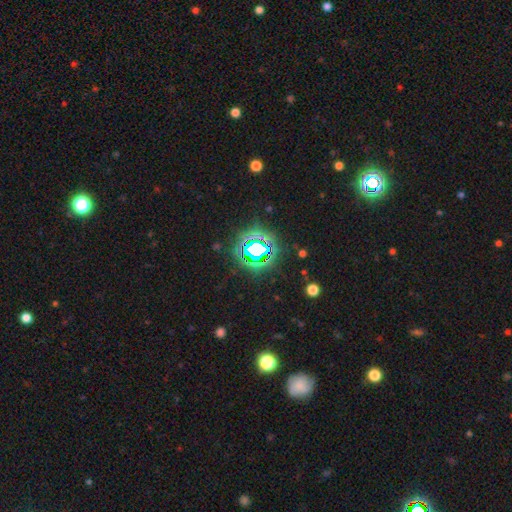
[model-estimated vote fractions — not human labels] A star or artifact, not a galaxy (77%).

Vote fractions:
- Smooth or featured? star or artifact: 77% / smooth: 14% / featured or disk: 9%